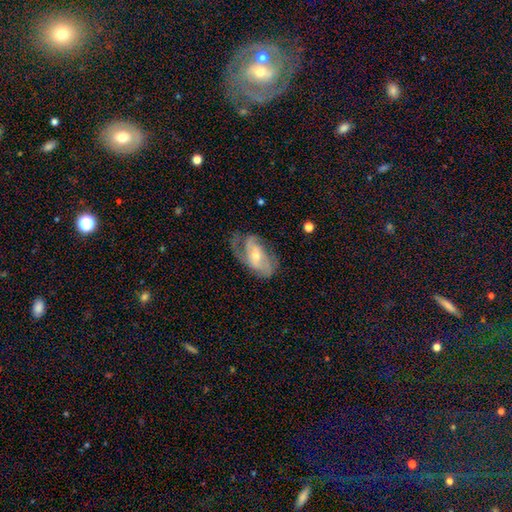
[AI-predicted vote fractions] Overall: featured or disk (75%). Edge-on disk: no (95%). Bar: no (44%; weak 38%). Spiral arms: yes (87%). Spiral arm count: 2 (45%; 1 21%). Spiral winding: medium (42%; tight 34%). Bulge size: small (48%, tied with moderate). Merging: none (47%; major disturbance 26%).